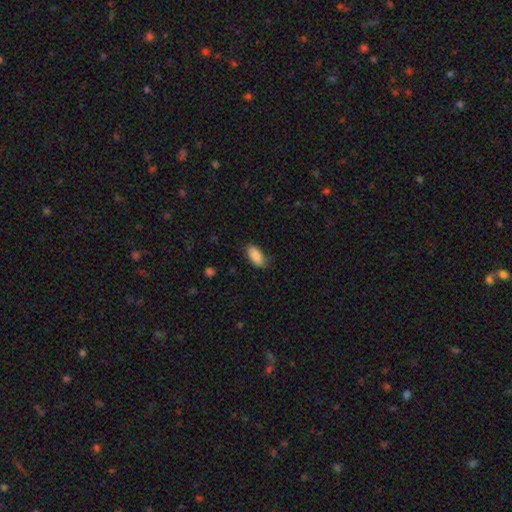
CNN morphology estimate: Smooth or featured? smooth (88%)
How rounded? in between (92%)
Merging? none (79%)